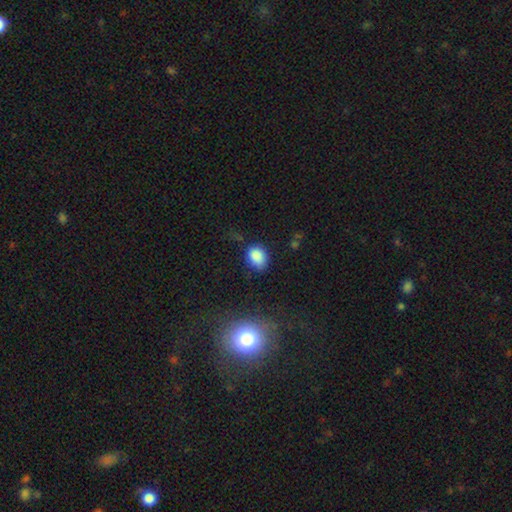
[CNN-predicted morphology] Smooth or featured: smooth — 85% (star or artifact — 10%)
How rounded: in between — 62% (round — 36%)
Merging: none — 63% (minor disturbance — 27%)